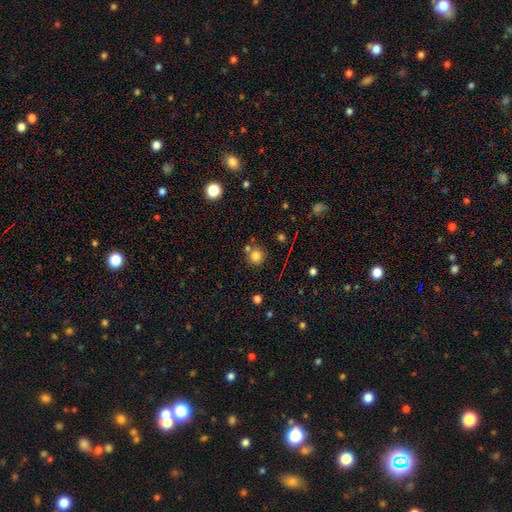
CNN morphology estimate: This appears to be a smooth galaxy with no disk features (79%) that is round (93%). Merging: none (74%).